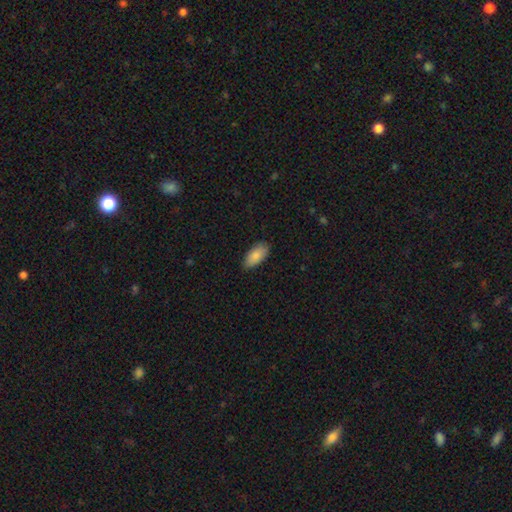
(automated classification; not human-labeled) smooth 85%, featured or disk 9%, star or artifact 6%. Down the decision tree: how rounded — in between (92%); merging — none (84%).